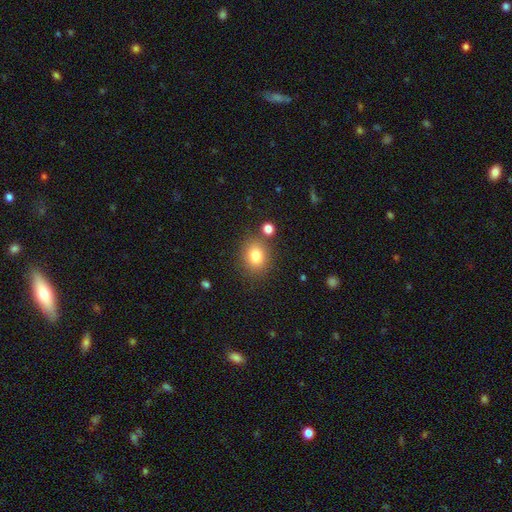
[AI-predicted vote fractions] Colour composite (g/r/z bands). It shows a smooth galaxy with no disk features (81%) that is round (58%). Merging: none (78%).